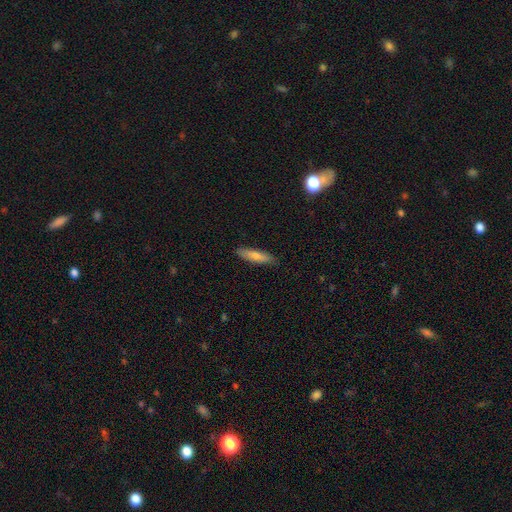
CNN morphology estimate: smooth 75%, featured or disk 19%, star or artifact 6%. Down the decision tree: how rounded — cigar-shaped (75%); merging — none (87%).